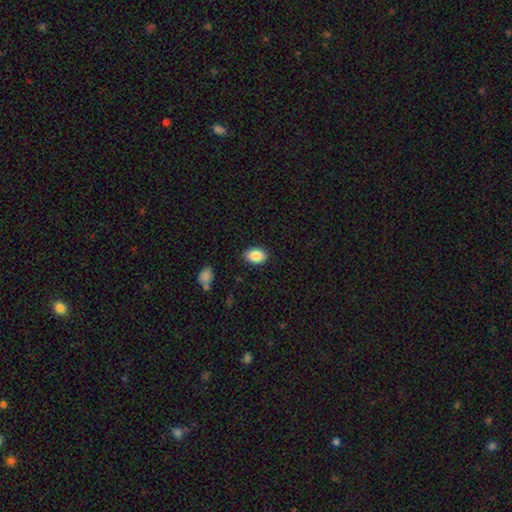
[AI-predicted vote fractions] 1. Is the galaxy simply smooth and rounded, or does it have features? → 88% smooth, 7% star or artifact, 5% featured or disk.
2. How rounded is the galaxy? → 83% in between, 16% round, 1% cigar-shaped.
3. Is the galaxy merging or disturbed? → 86% none, 10% minor disturbance, 2% major disturbance, 1% merger.